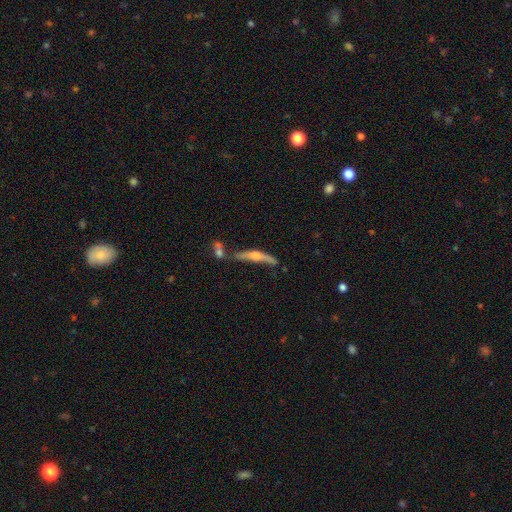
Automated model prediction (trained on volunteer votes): Smooth or featured? Predicted: featured or disk (p=0.69). Edge-on disk? Predicted: yes (p=0.92). Edge-on bulge? Predicted: rounded (p=0.87). Merging? Predicted: none (p=0.55).